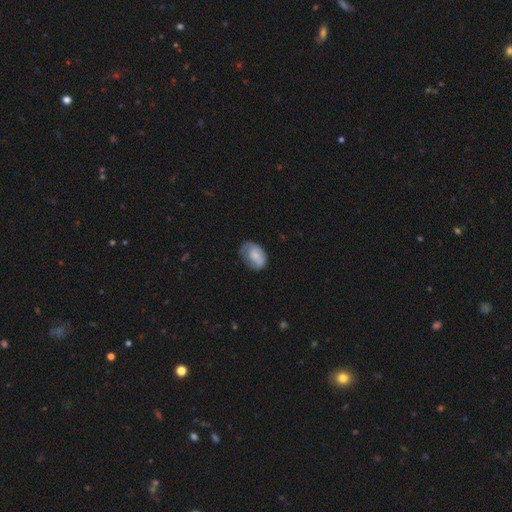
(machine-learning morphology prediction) smooth-or-featured: smooth: 70% | featured or disk: 23% | star or artifact: 7%
  how-rounded: in between: 80% | round: 19% | cigar-shaped: 1%
  merging: none: 50% | minor disturbance: 32% | major disturbance: 16% | merger: 2%